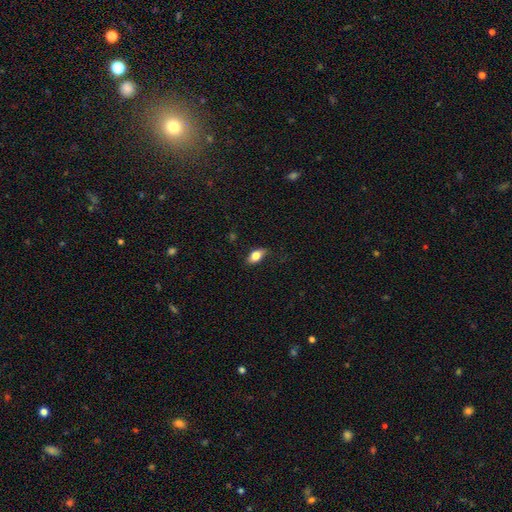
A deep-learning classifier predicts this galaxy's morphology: Smooth or featured? smooth (79%)
How rounded? in between (88%)
Merging? none (75%)